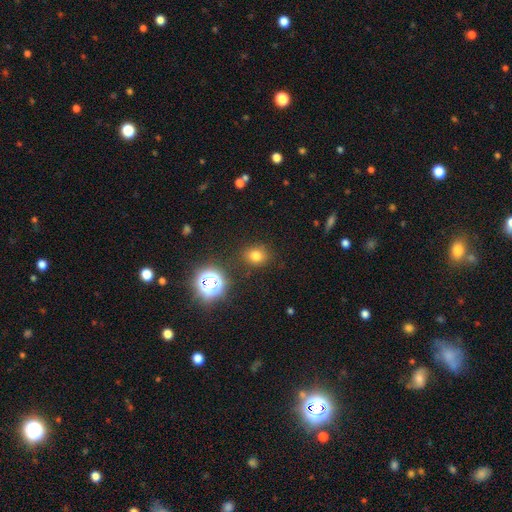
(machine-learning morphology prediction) smooth_or_featured: smooth (p=0.74) [alt: star or artifact p=0.19]
how_rounded: round (p=0.72) [alt: in between p=0.27]
merging: none (p=0.85) [alt: minor disturbance p=0.09]